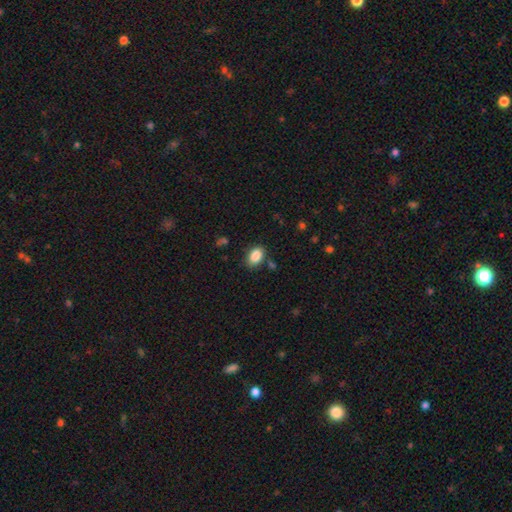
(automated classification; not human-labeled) Smooth or featured?
  - smooth: 88% *
  - star or artifact: 8%
  - featured or disk: 4%
How rounded?
  - in between: 83% *
  - round: 16%
  - cigar-shaped: 1%
Merging?
  - none: 81% *
  - minor disturbance: 12%
  - merger: 3%
  - major disturbance: 3%